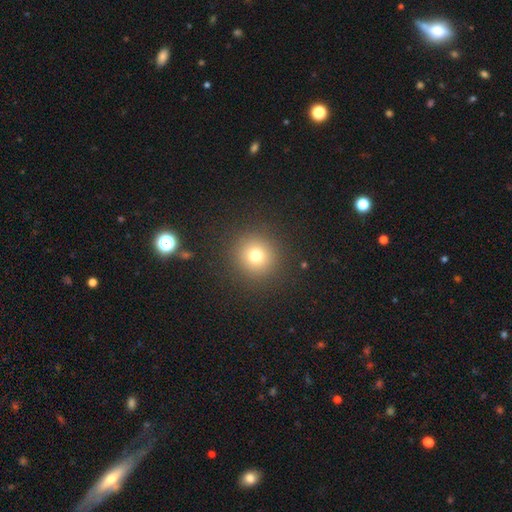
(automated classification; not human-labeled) Q: Smooth or featured?
A: smooth (74%); runner-up: star or artifact (16%)
Q: How rounded?
A: round (94%); runner-up: in between (5%)
Q: Merging?
A: none (90%); runner-up: minor disturbance (6%)